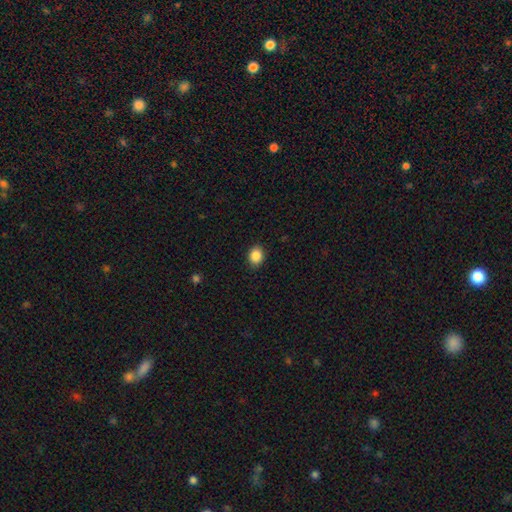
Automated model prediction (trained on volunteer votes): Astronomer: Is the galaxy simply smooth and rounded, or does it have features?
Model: smooth — 87%.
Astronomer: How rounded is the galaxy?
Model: in between — 51% (runner-up: round, 48%).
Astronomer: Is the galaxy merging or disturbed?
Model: none — 89%.